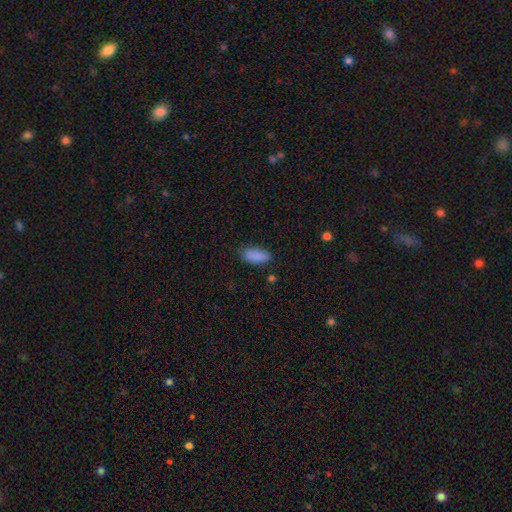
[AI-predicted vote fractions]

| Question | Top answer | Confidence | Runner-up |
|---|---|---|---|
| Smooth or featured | smooth | 87% | star or artifact (8%) |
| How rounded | in between | 87% | cigar-shaped (11%) |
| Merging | none | 74% | minor disturbance (20%) |